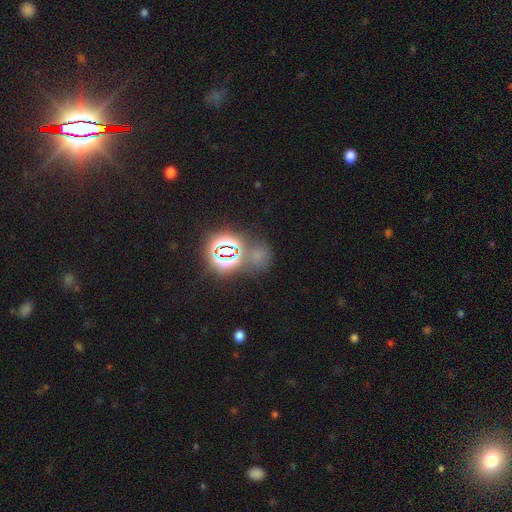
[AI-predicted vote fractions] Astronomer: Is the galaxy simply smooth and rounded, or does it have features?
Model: star or artifact — 55% (runner-up: smooth, 36%).